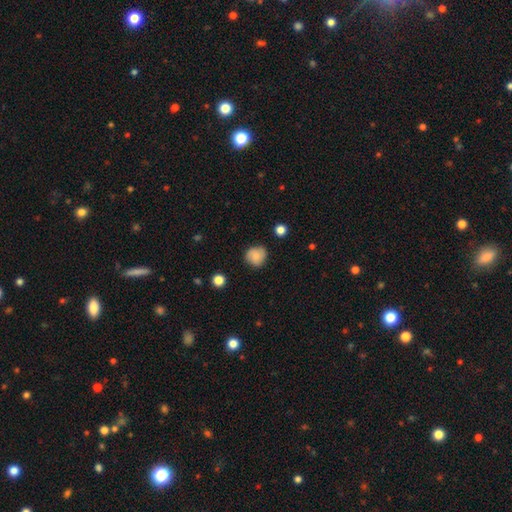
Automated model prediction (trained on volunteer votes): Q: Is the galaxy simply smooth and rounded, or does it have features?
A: smooth — 79%.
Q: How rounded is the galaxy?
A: round — 86%.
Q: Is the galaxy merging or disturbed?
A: none — 79%.